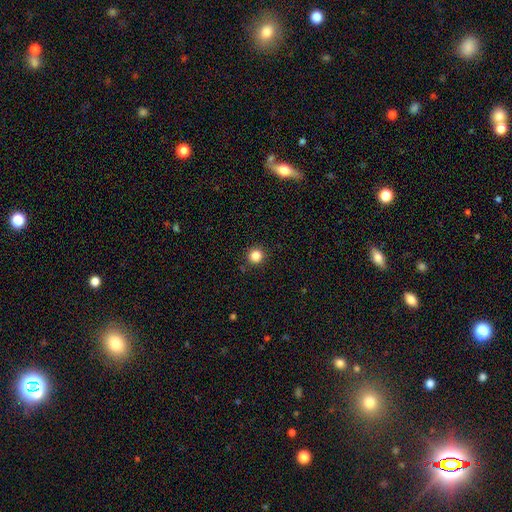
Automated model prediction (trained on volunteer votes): Overall: smooth (84%). How rounded: round (94%). Merging: none (91%).